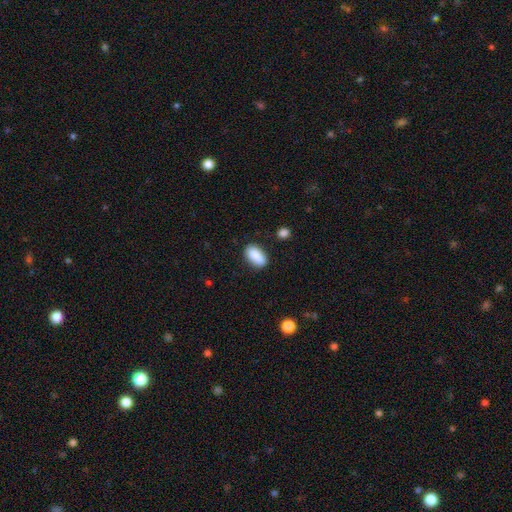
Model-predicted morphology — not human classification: This is clearly a smooth galaxy (88%). How rounded: clearly in between (86%). Merging: clearly none (81%).